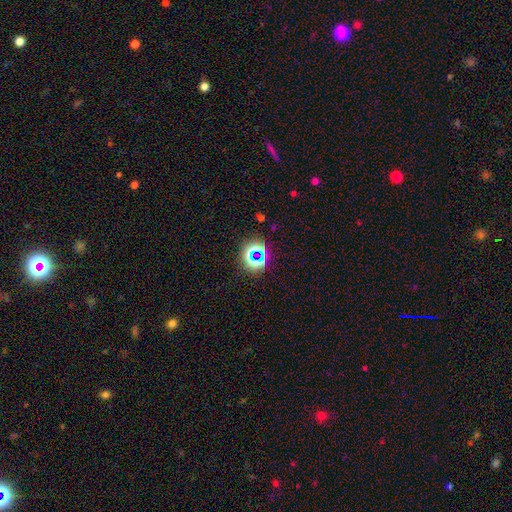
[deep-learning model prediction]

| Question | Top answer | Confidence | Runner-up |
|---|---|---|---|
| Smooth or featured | star or artifact | 64% | smooth (25%) |